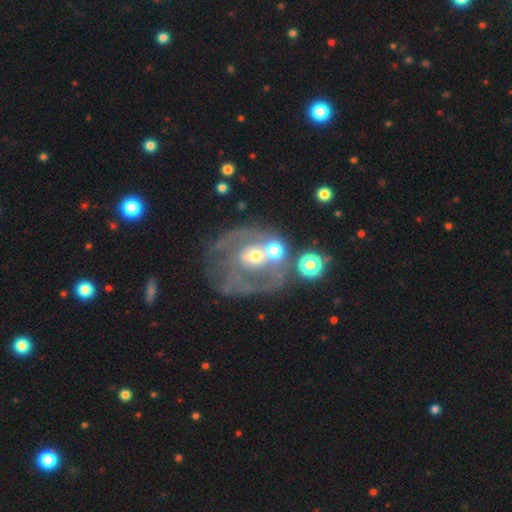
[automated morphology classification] type=featured or disk (62%); edge-on=no (96%); bar=no (73%); spiral arms=no (58%); bulge=moderate (57%); merging=merger (51%).